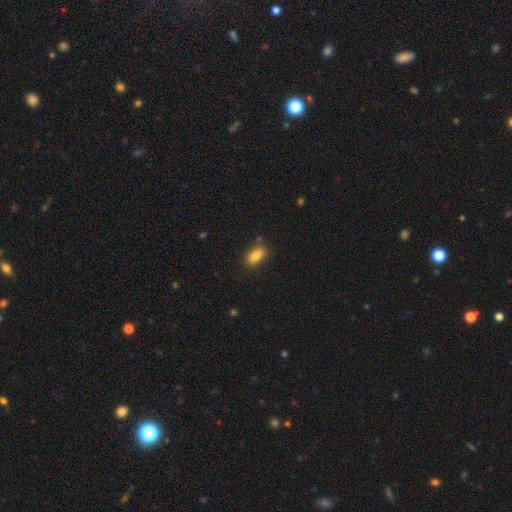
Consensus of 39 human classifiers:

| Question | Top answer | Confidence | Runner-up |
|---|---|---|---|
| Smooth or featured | smooth | 90% | featured or disk (10%) |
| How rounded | in between | 77% | round (20%) |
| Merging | none | 87% | minor disturbance (5%) |